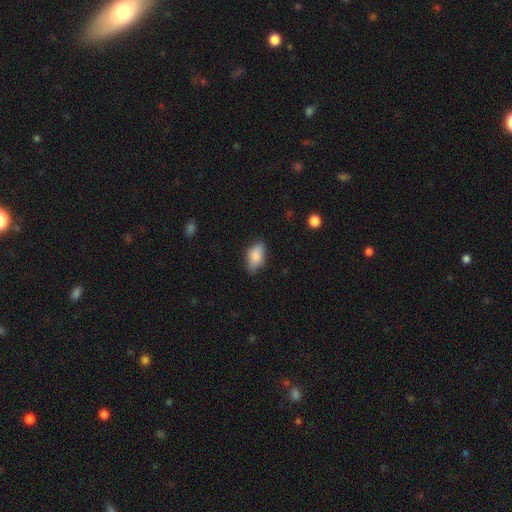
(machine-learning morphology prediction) This appears to be a smooth galaxy with no disk features (80%) that is in between round and cigar-shaped (89%). Merging: none (73%).